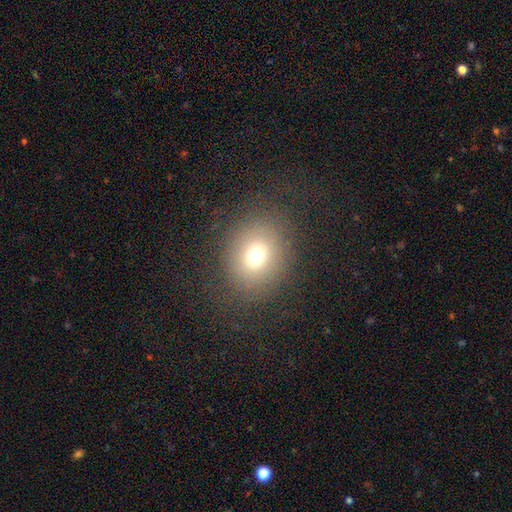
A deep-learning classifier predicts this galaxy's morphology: smooth_or_featured: smooth (p=0.71) [alt: star or artifact p=0.16]
how_rounded: round (p=0.65) [alt: in between p=0.34]
merging: none (p=0.81) [alt: minor disturbance p=0.10]